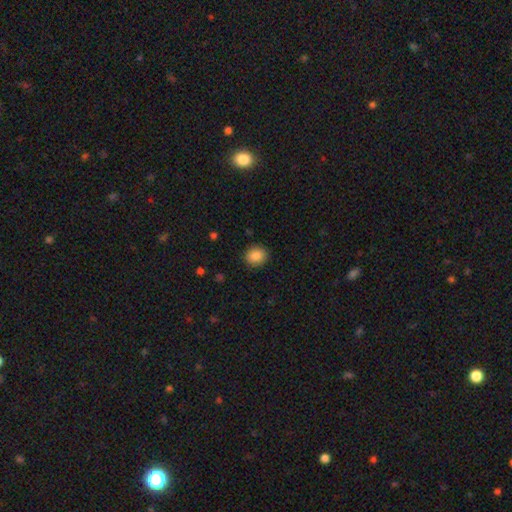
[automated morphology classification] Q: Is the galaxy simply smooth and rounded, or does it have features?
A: smooth — 86%.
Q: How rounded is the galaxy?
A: round — 75%.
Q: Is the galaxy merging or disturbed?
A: none — 90%.